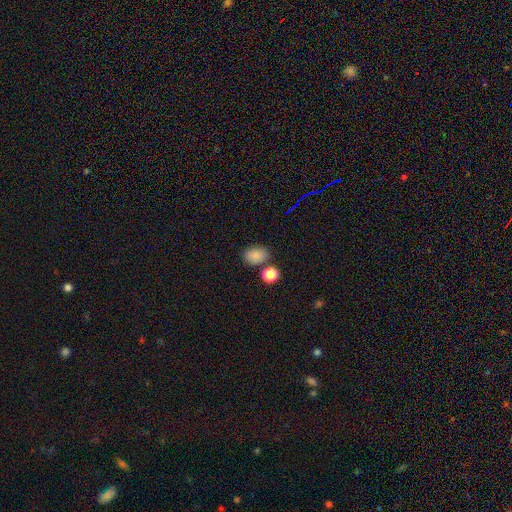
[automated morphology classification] smooth-or-featured: smooth: 84% | star or artifact: 11% | featured or disk: 5%
  how-rounded: in between: 74% | round: 25% | cigar-shaped: 1%
  merging: none: 75% | minor disturbance: 12% | merger: 10% | major disturbance: 3%